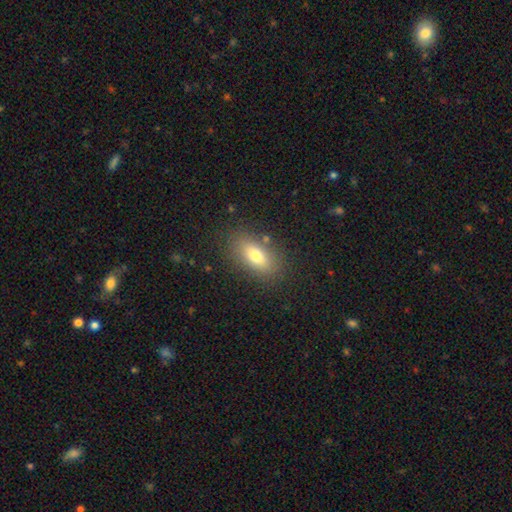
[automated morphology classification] A smooth galaxy with no disk features (75%) that is in between round and cigar-shaped (84%). Merging: none (84%).